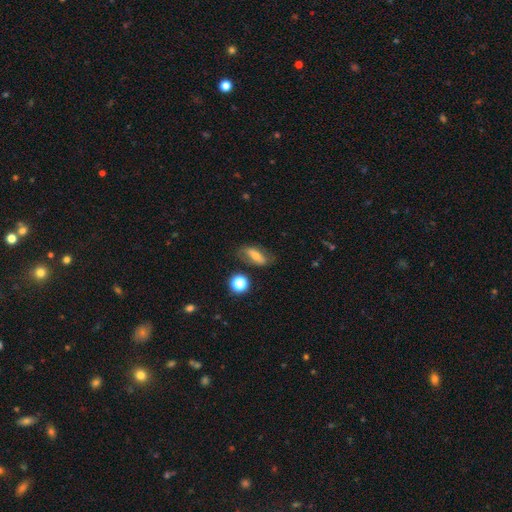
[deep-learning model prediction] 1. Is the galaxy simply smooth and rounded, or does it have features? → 48% smooth, 41% featured or disk, 11% star or artifact.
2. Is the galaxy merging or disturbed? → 70% none, 18% minor disturbance, 8% major disturbance, 3% merger.